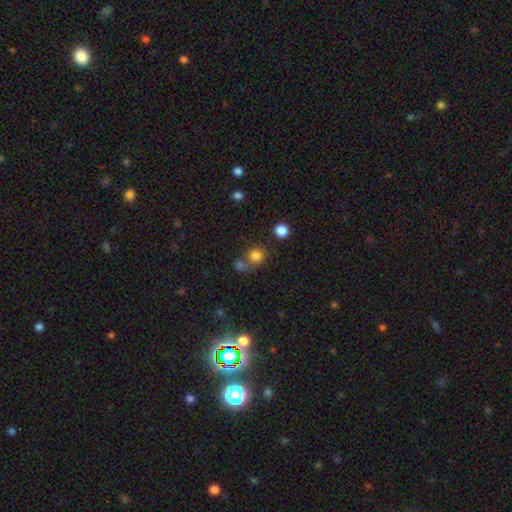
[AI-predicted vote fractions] Smooth or featured?
  - smooth: 78% *
  - star or artifact: 15%
  - featured or disk: 6%
How rounded?
  - round: 87% *
  - in between: 12%
  - cigar-shaped: 1%
Merging?
  - none: 59% *
  - merger: 28%
  - minor disturbance: 9%
  - major disturbance: 4%